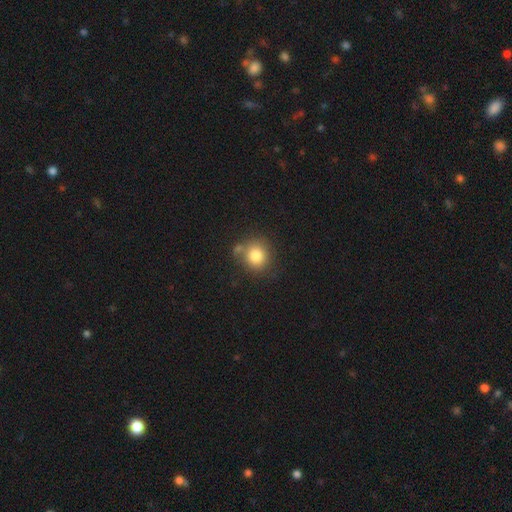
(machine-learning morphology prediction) Smooth or featured? smooth (82%)
How rounded? round (86%)
Merging? none (65%)